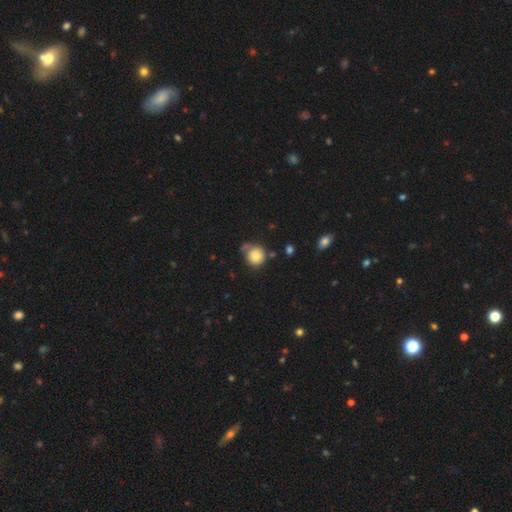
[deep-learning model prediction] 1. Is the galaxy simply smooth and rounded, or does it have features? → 83% smooth, 9% star or artifact, 8% featured or disk.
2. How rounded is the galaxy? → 90% round, 9% in between, 1% cigar-shaped.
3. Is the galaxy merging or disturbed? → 65% none, 17% minor disturbance, 13% merger, 6% major disturbance.